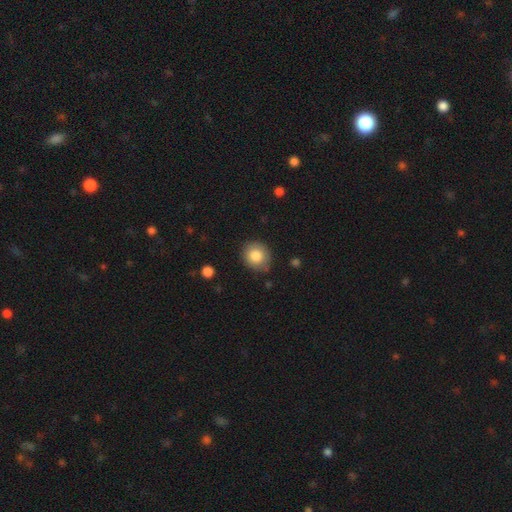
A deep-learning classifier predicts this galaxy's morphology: Smooth or featured? smooth (83%)
How rounded? round (84%)
Merging? none (82%)